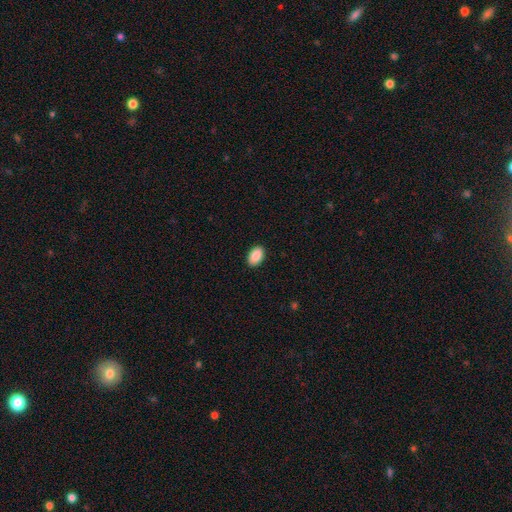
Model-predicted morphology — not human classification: This is clearly a smooth galaxy (89%). How rounded: clearly in between (91%). Merging: clearly none (90%).